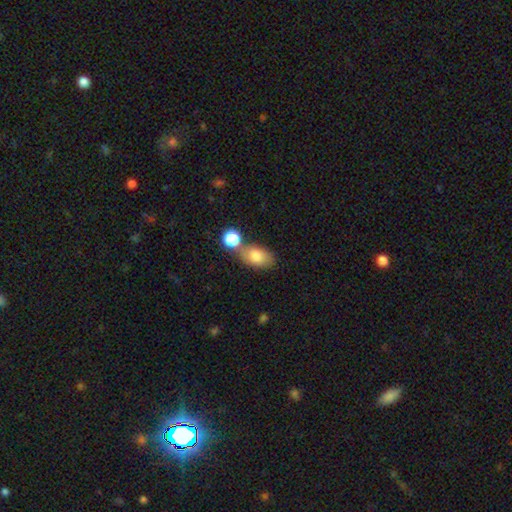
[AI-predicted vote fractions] This is clearly a smooth galaxy (80%). How rounded: clearly in between (87%). Merging: possibly none (47%).